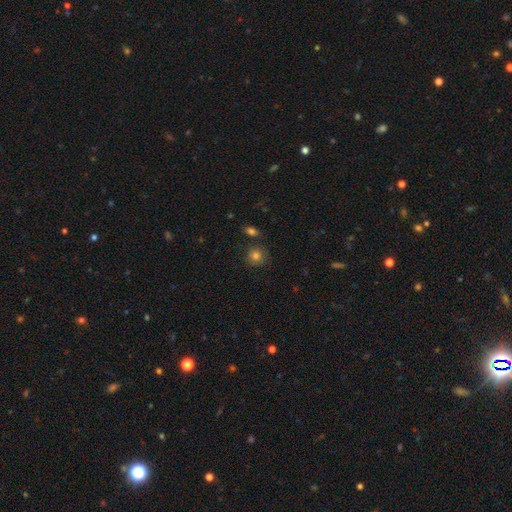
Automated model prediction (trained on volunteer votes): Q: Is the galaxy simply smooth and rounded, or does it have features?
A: smooth — 79%.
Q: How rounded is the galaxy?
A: round — 88%.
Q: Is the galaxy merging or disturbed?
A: none — 79%.